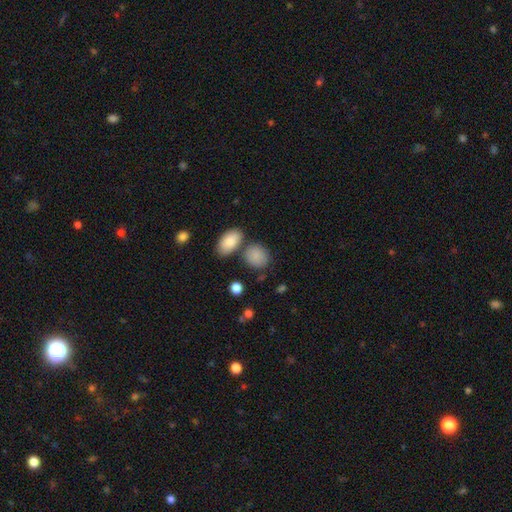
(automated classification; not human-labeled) smooth-or-featured: smooth: 86% | star or artifact: 8% | featured or disk: 7%
  how-rounded: round: 61% | in between: 38% | cigar-shaped: 1%
  merging: none: 68% | merger: 14% | minor disturbance: 14% | major disturbance: 4%